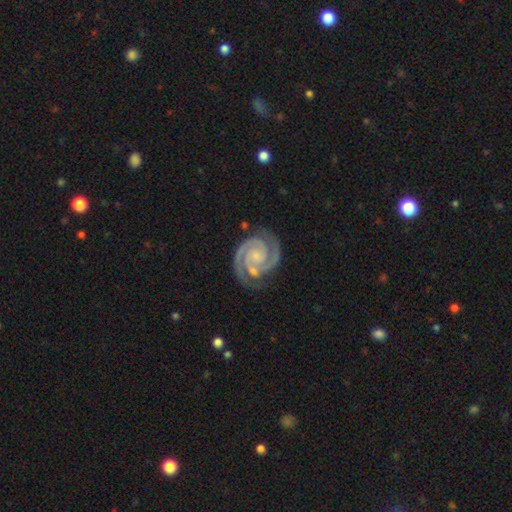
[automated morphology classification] The model was most divided on "bulge size": small: 58%, none: 22%, moderate: 17%, large: 2%, dominant: 1%. More confident: spiral arms — yes (99%); edge-on disk — no (98%); smooth or featured — featured or disk (94%); spiral arm count — 2 (90%); merging — none (78%); spiral winding — tight (73%); bar — no (65%).